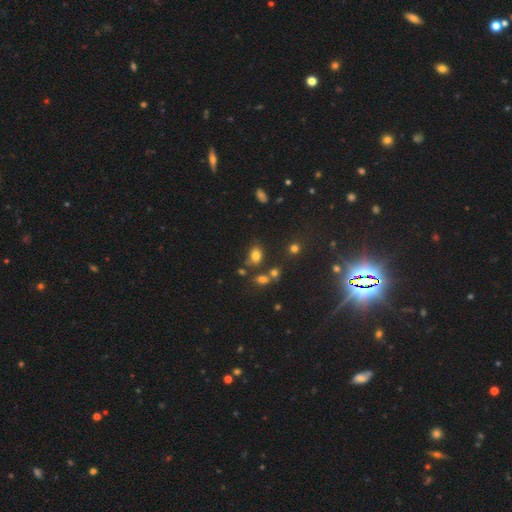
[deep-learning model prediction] Q: Smooth or featured?
A: smooth (76%); runner-up: star or artifact (16%)
Q: How rounded?
A: in between (75%); runner-up: round (23%)
Q: Merging?
A: none (64%); runner-up: minor disturbance (16%)